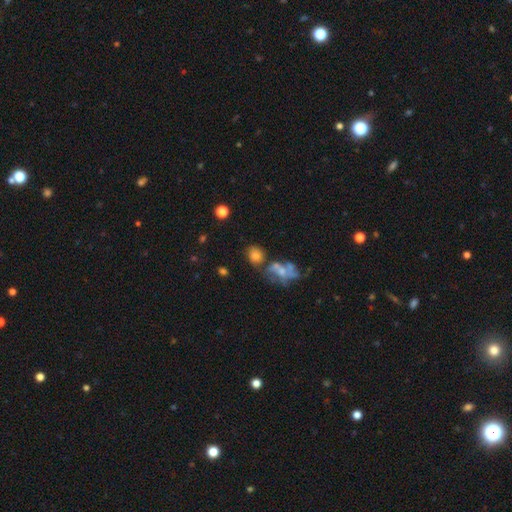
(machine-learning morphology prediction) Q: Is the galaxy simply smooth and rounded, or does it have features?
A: smooth — 70%.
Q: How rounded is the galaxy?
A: round — 58%.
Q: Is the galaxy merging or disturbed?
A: none — 53%.